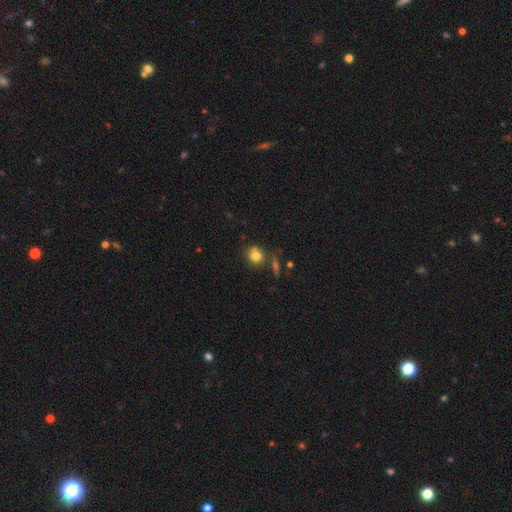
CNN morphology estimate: Q: Smooth or featured?
A: smooth (80%); runner-up: star or artifact (11%)
Q: How rounded?
A: round (77%); runner-up: in between (21%)
Q: Merging?
A: none (65%); runner-up: minor disturbance (17%)